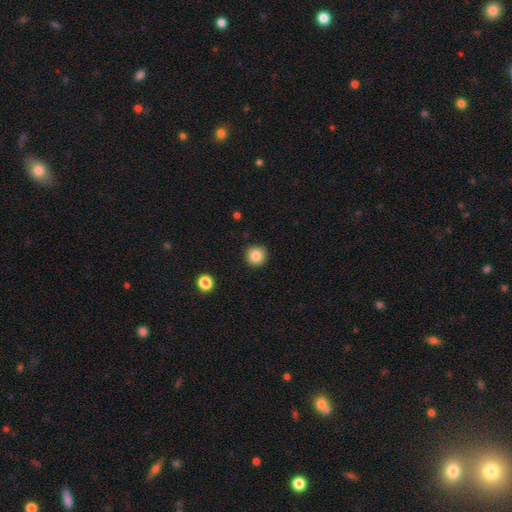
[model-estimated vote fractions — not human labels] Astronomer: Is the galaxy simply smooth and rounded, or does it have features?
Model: smooth — 83%.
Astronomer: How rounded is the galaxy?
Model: round — 95%.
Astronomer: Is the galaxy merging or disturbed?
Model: none — 91%.